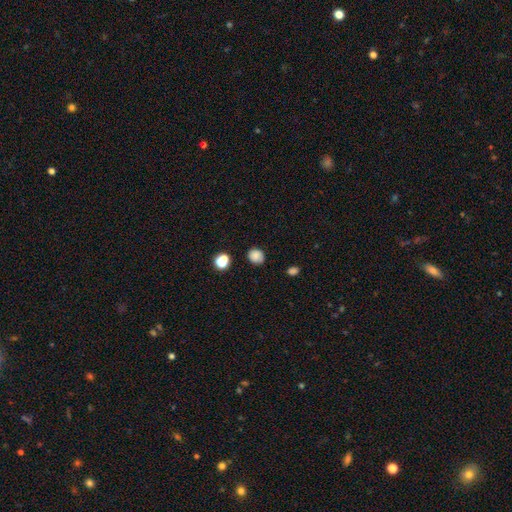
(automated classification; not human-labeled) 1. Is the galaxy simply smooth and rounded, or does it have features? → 80% smooth, 12% star or artifact, 8% featured or disk.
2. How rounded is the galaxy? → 72% round, 27% in between, 1% cigar-shaped.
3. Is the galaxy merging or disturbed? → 78% none, 16% minor disturbance, 3% major disturbance, 3% merger.